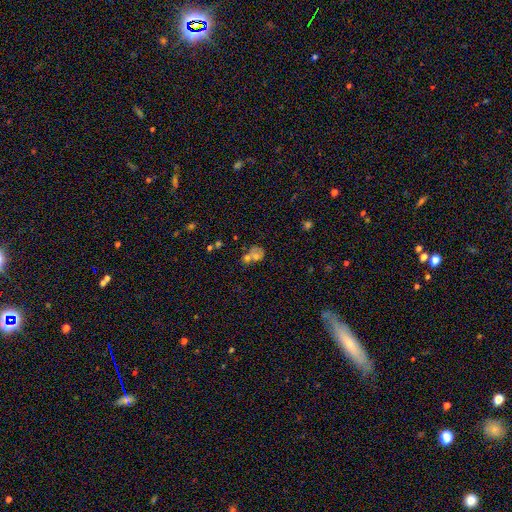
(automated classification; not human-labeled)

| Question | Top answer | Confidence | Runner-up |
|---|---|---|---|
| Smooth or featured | smooth | 60% | featured or disk (27%) |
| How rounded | round | 58% | in between (41%) |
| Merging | merger | 60% | none (23%) |